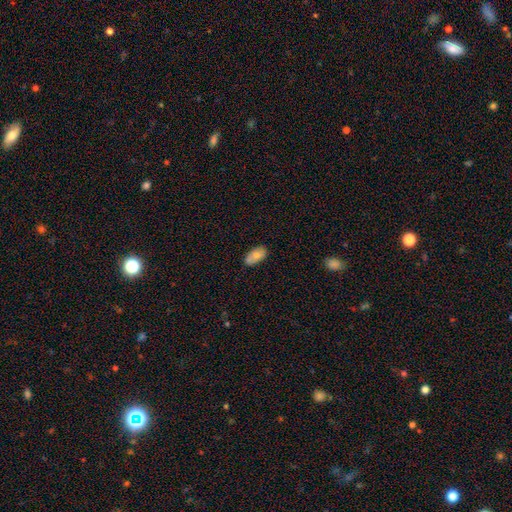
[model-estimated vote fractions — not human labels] smooth 74%, featured or disk 19%, star or artifact 7%. Down the decision tree: how rounded — in between (94%); merging — none (76%).